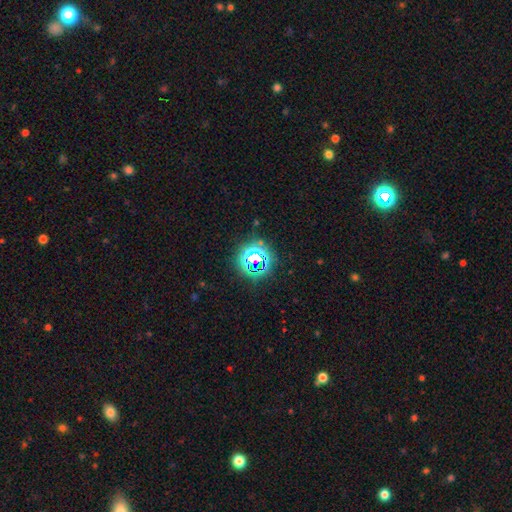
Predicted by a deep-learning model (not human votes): Smooth or featured? Predicted: star or artifact (p=0.73).